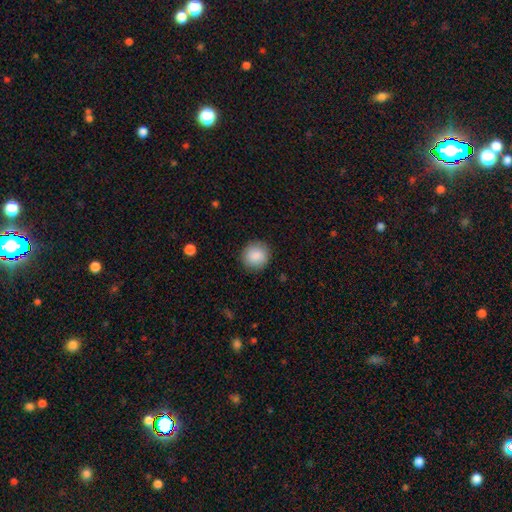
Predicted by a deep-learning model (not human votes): This is clearly a smooth galaxy (88%). How rounded: clearly round (92%). Merging: clearly none (90%).